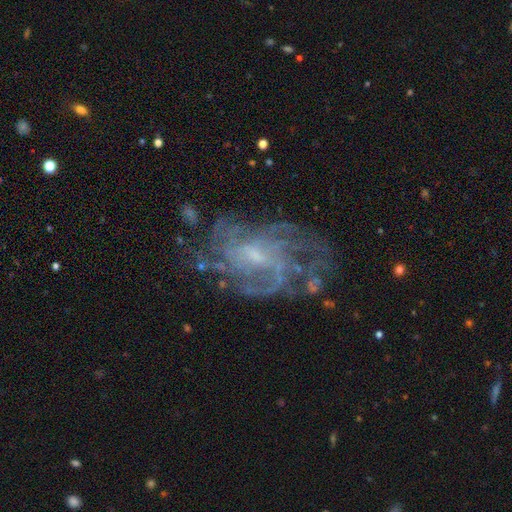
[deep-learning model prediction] This is clearly a featured or disk galaxy (83%). It is clearly not viewed edge-on (97%). Bar: possibly weak (47%). Spiral arm pattern: clearly yes (91%). Spiral arm count: marginally can't tell (39%). Spiral winding: possibly tight (46%). Central bulge: possibly small (60%). Merging: likely none (64%).